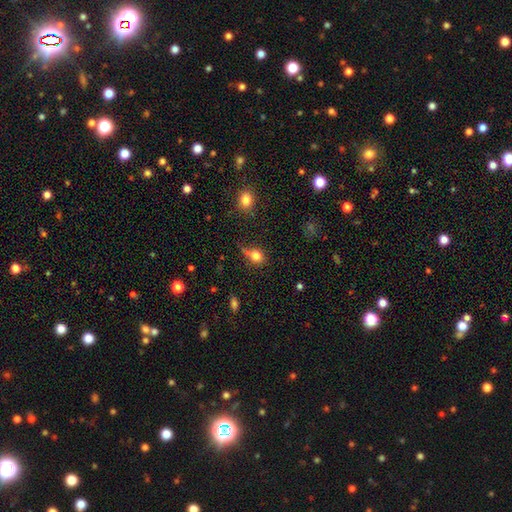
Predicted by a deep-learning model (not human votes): smooth_or_featured: smooth (p=0.80) [alt: star or artifact p=0.12]
how_rounded: round (p=0.70) [alt: in between p=0.29]
merging: none (p=0.55) [alt: minor disturbance p=0.24]